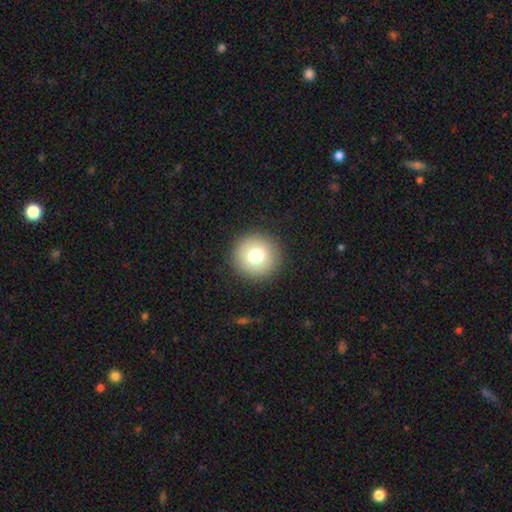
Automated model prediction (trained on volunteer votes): This is likely a smooth galaxy (76%). How rounded: clearly round (95%). Merging: clearly none (92%).